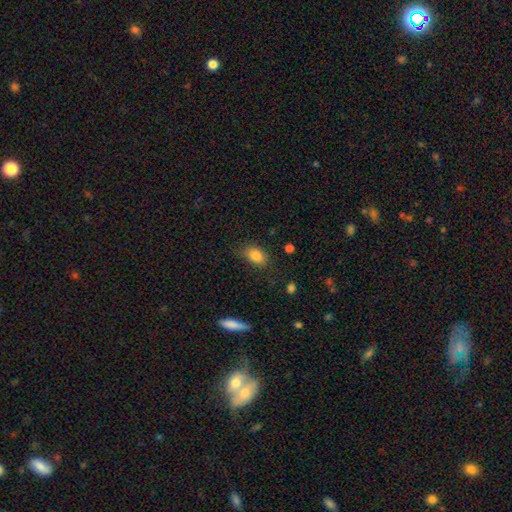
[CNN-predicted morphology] Smooth or featured?
  - smooth: 83% *
  - star or artifact: 9%
  - featured or disk: 7%
How rounded?
  - in between: 76% *
  - round: 22%
  - cigar-shaped: 2%
Merging?
  - none: 72% *
  - minor disturbance: 21%
  - major disturbance: 6%
  - merger: 2%